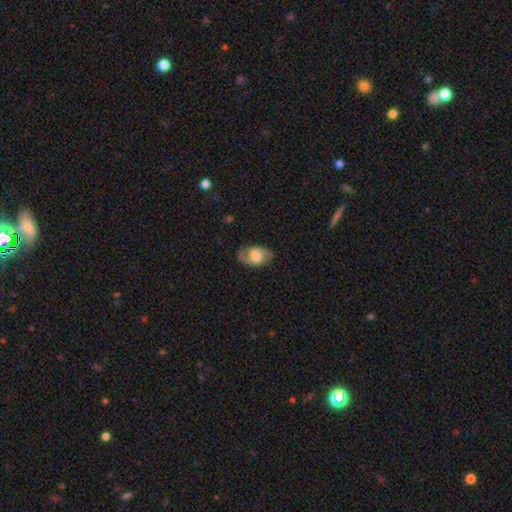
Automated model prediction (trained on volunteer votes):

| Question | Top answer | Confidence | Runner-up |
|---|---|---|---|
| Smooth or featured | featured or disk | 71% | smooth (22%) |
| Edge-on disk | no | 96% | yes (4%) |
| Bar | weak | 48% | no (37%) |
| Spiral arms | yes | 91% | no (9%) |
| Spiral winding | medium | 52% | loose (29%) |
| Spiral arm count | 2 | 90% | can't tell (5%) |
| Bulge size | moderate | 43% | large (27%) |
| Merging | none | 81% | minor disturbance (14%) |